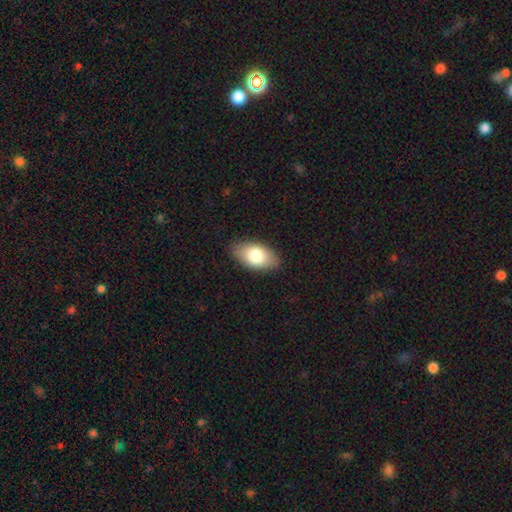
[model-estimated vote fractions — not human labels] Smooth or featured?
  - smooth: 80% *
  - featured or disk: 14%
  - star or artifact: 6%
How rounded?
  - in between: 94% *
  - round: 4%
  - cigar-shaped: 2%
Merging?
  - none: 86% *
  - minor disturbance: 11%
  - major disturbance: 2%
  - merger: 1%